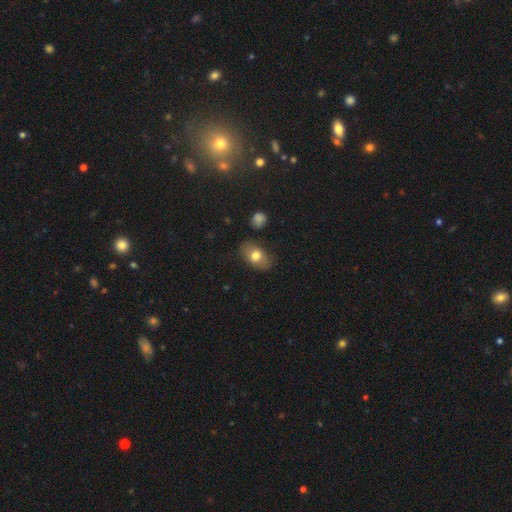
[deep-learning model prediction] This appears to be a smooth galaxy with no disk features (73%) that is in between round and cigar-shaped (85%). Merging: none (79%).